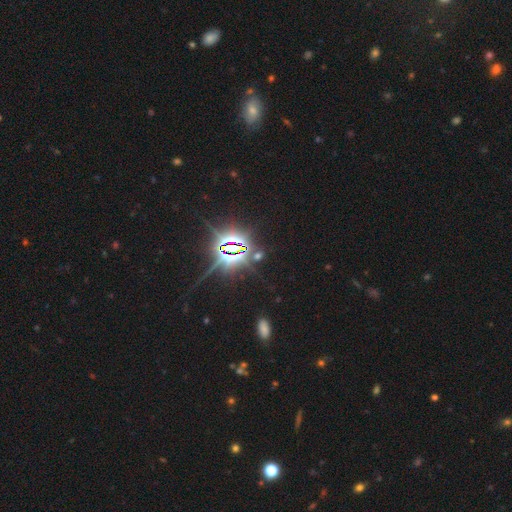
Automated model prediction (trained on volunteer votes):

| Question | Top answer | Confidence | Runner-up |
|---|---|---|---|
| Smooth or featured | star or artifact | 83% | featured or disk (9%) |